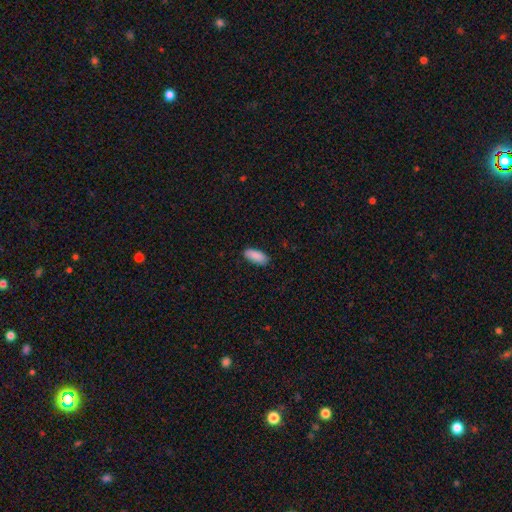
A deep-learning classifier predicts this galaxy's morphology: This is clearly a smooth galaxy (90%). How rounded: clearly in between (82%). Merging: clearly none (87%).